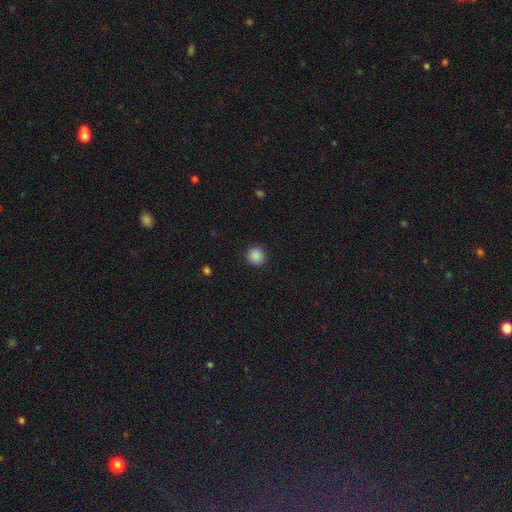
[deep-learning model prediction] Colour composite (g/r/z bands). It shows a smooth galaxy with no disk features (88%) that is round (92%). Merging: none (91%).